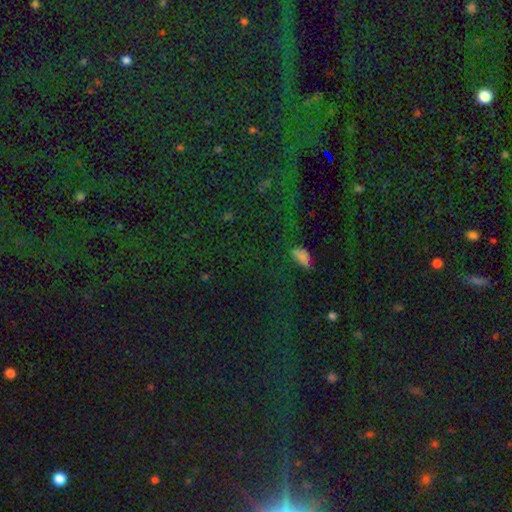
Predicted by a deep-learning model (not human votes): smooth_or_featured: star or artifact (p=0.75) [alt: smooth p=0.15]